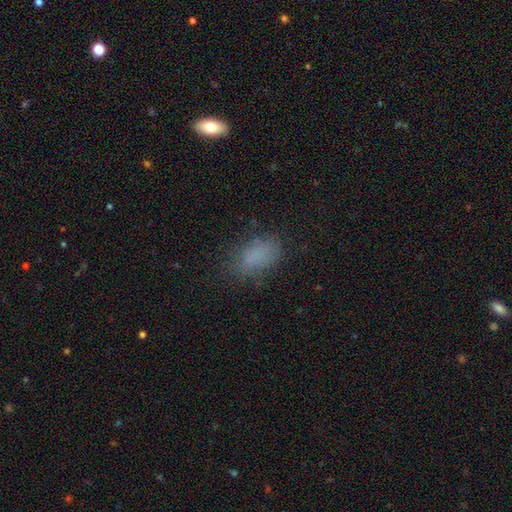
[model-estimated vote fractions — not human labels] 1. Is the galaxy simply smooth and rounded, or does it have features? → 79% smooth, 13% star or artifact, 7% featured or disk.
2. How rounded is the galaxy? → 89% in between, 7% round, 4% cigar-shaped.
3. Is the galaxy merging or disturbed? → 74% none, 18% minor disturbance, 7% major disturbance, 2% merger.